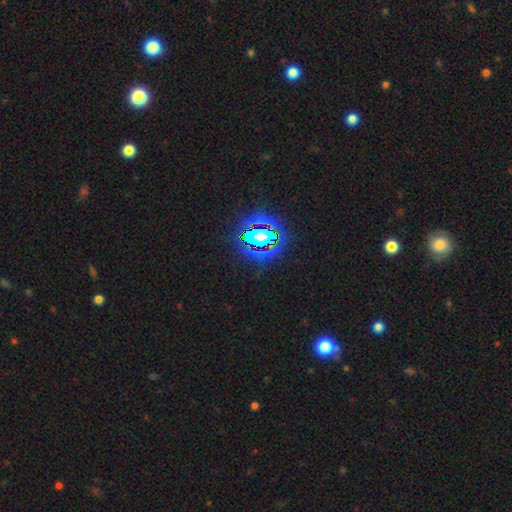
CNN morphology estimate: type=star or artifact (81%).